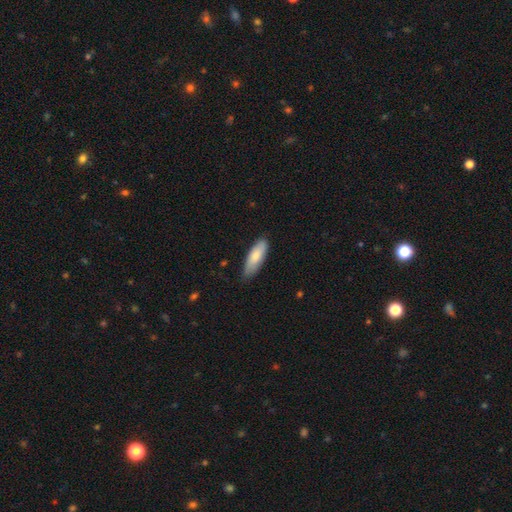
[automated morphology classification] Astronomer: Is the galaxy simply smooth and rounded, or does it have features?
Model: smooth — 82%.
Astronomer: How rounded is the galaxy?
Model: in between — 61% (runner-up: cigar-shaped, 38%).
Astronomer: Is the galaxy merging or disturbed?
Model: none — 75%.